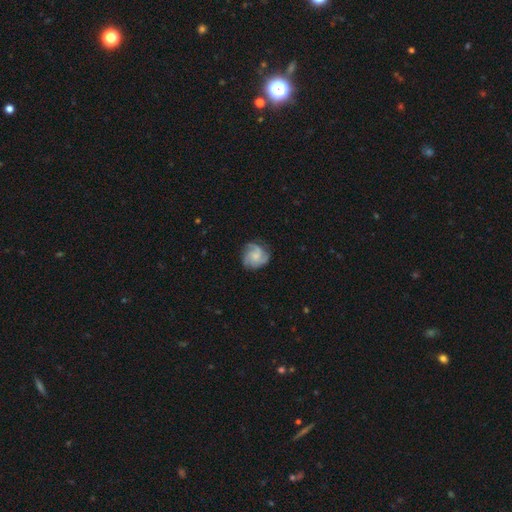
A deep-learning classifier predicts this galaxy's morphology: Overall: featured or disk (75%). Edge-on disk: no (98%). Bar: no (72%). Spiral arms: yes (96%). Spiral arm count: 3 (53%; 4 19%). Spiral winding: tight (45%; medium 43%). Bulge size: small (49%; moderate 30%). Merging: none (77%).